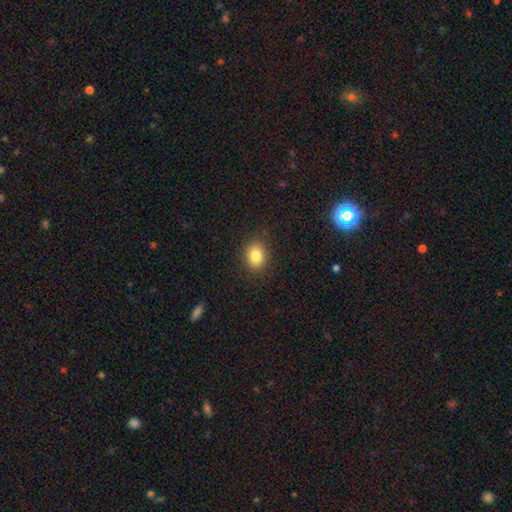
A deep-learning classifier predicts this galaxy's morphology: Overall: smooth (83%). How rounded: round (53%; in between 46%). Merging: none (86%).